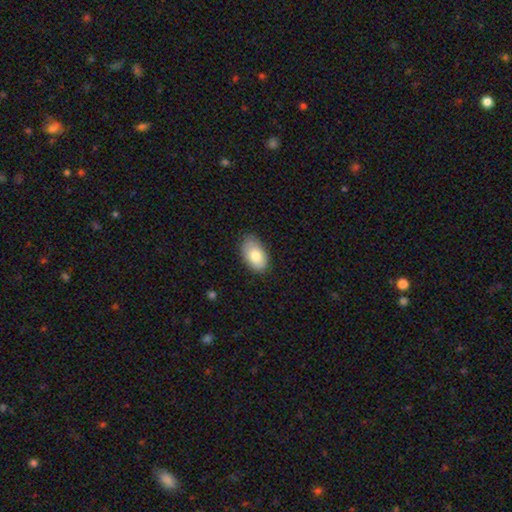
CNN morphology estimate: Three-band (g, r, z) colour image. It shows a smooth galaxy with no disk features (78%) that is in between round and cigar-shaped (93%). Merging: none (80%).